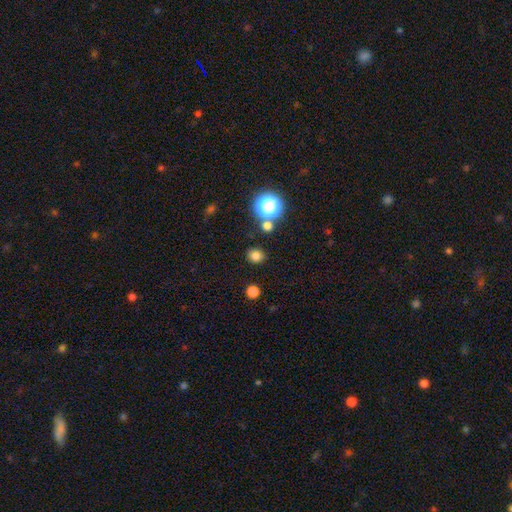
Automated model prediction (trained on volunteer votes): Overall: smooth (77%). How rounded: round (80%). Merging: none (87%).